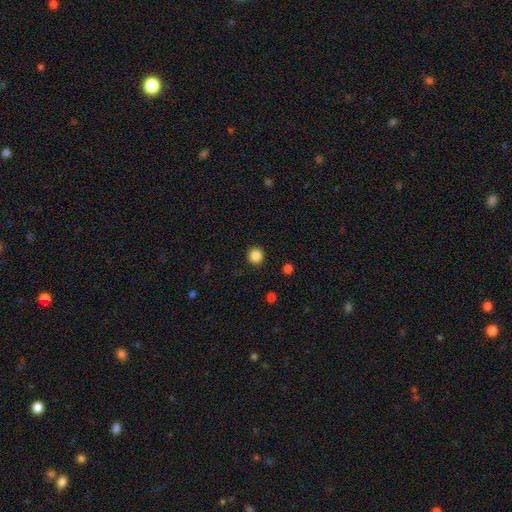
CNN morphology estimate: Overall: smooth (86%). How rounded: round (94%). Merging: none (92%).